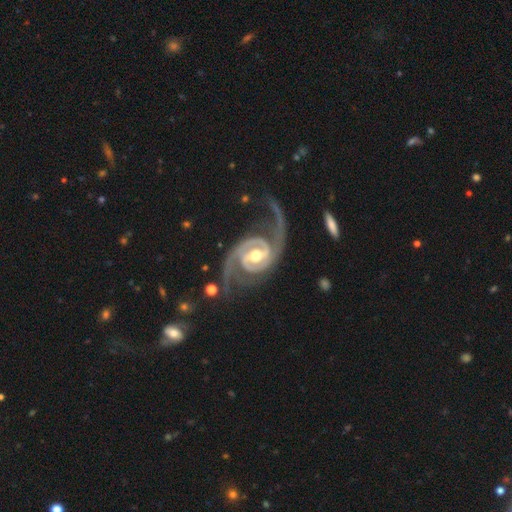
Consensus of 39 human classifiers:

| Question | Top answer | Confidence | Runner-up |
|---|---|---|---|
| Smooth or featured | featured or disk | 92% | star or artifact (8%) |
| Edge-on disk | no | 100% | — |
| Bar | weak | 50% | strong (44%) |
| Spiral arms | yes | 97% | no (3%) |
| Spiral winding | medium | 49% | loose (31%) |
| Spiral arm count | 2 | 91% | 1 (3%) |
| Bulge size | moderate | 69% | small (17%) |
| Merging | none | 67% | minor disturbance (19%) |